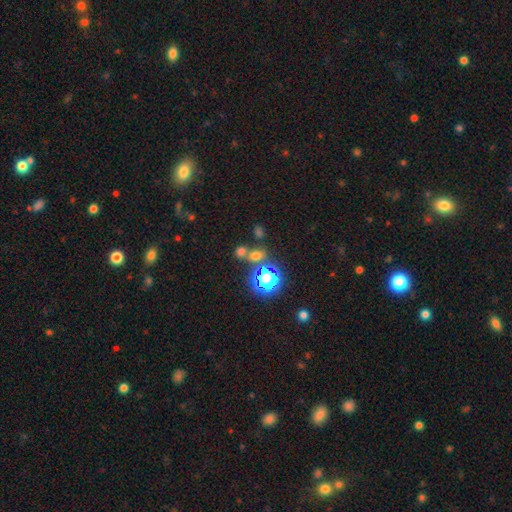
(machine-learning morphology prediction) Smooth or featured: smooth — 58% (star or artifact — 34%)
How rounded: round — 53% (in between — 44%)
Merging: none — 56% (merger — 30%)